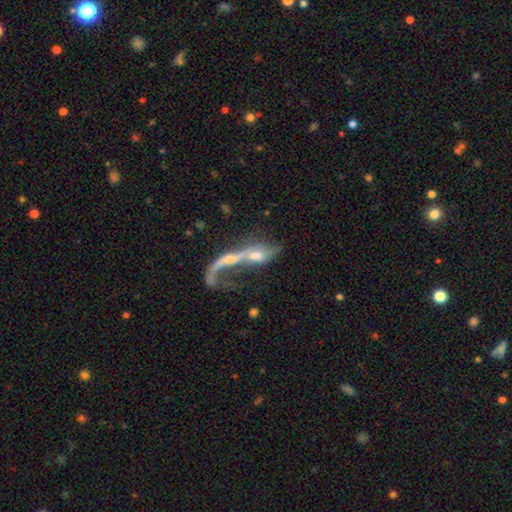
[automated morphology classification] This appears to be a featured or disk galaxy (56%). Merging: merger (56%).